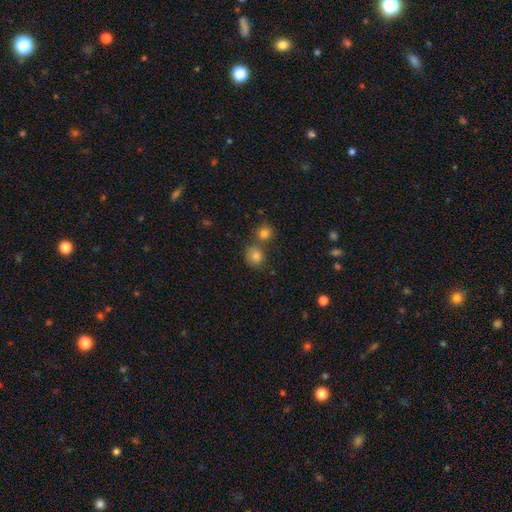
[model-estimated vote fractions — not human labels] A smooth galaxy with no disk features (76%) that is round (77%).

Vote fractions:
- Smooth or featured? smooth: 76% / star or artifact: 15% / featured or disk: 9%
- How rounded? round: 77% / in between: 22% / cigar-shaped: 1%
- Merging? none: 63% / merger: 22% / minor disturbance: 11% / major disturbance: 4%